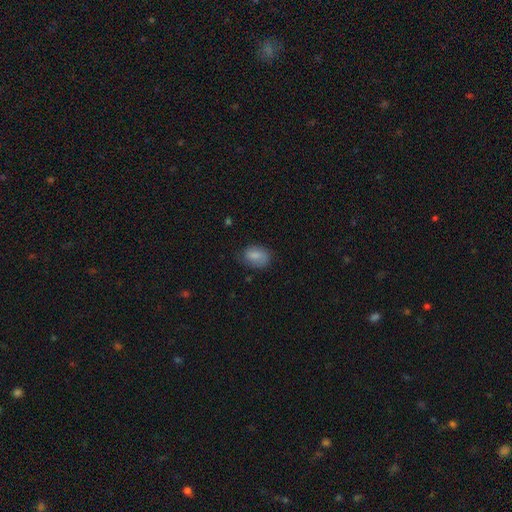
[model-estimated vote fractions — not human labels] Q: Smooth or featured?
A: smooth (80%); runner-up: featured or disk (12%)
Q: How rounded?
A: in between (79%); runner-up: round (20%)
Q: Merging?
A: none (67%); runner-up: minor disturbance (25%)